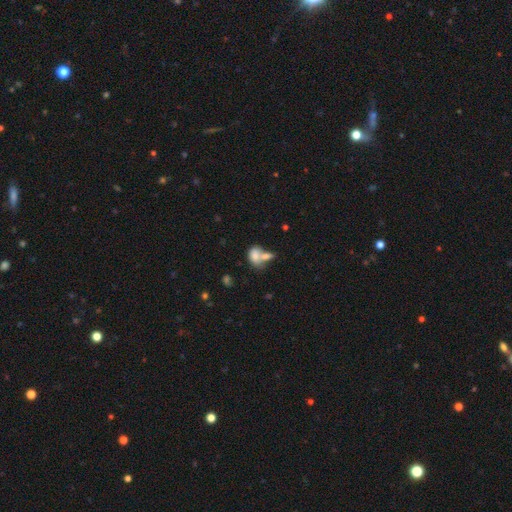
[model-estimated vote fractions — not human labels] A smooth galaxy with no disk features (76%) that is in between round and cigar-shaped (82%). Merging: merger (63%).